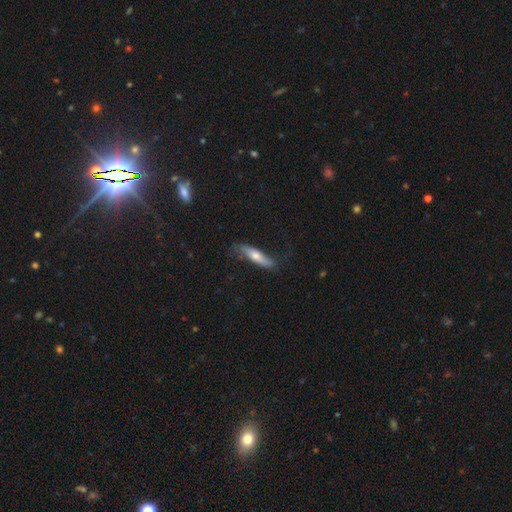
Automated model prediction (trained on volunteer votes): A smooth galaxy with no disk features (50%).

Vote fractions:
- Smooth or featured? smooth: 50% / featured or disk: 44% / star or artifact: 6%
- Merging? none: 62% / minor disturbance: 26% / major disturbance: 10% / merger: 2%